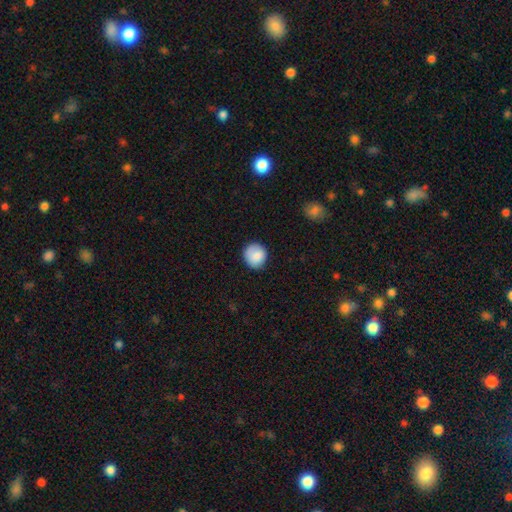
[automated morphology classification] smooth_or_featured: smooth (p=0.86) [alt: star or artifact p=0.08]
how_rounded: round (p=0.88) [alt: in between p=0.11]
merging: none (p=0.82) [alt: minor disturbance p=0.14]